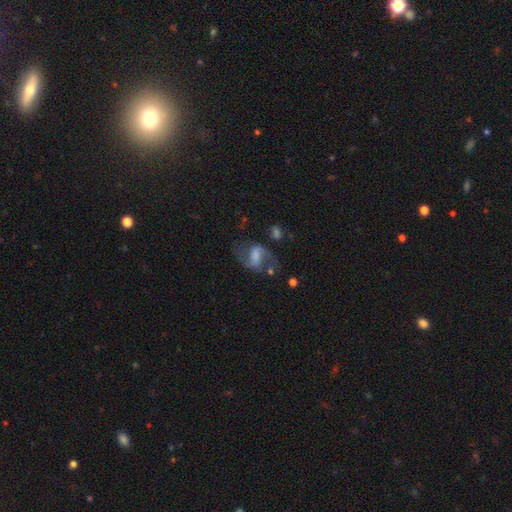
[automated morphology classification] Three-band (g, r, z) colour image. It shows a featured or disk galaxy (76%) with a weak bar (46%), 2 (90%) loose (48%) spiral arms (92%) and no central bulge (31%). Merging: none (59%).